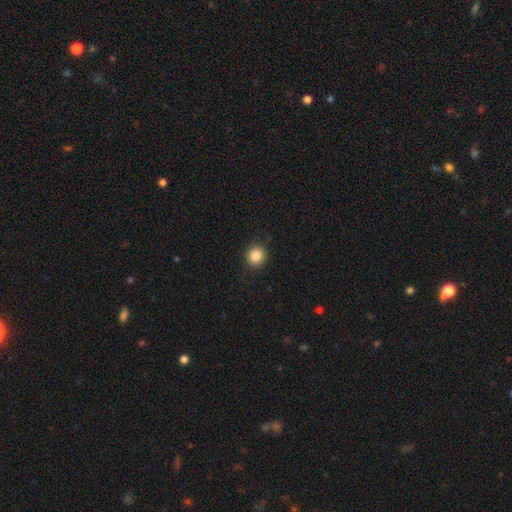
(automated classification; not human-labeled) Smooth or featured: smooth — 86% (star or artifact — 9%)
How rounded: round — 87% (in between — 12%)
Merging: none — 89% (minor disturbance — 8%)